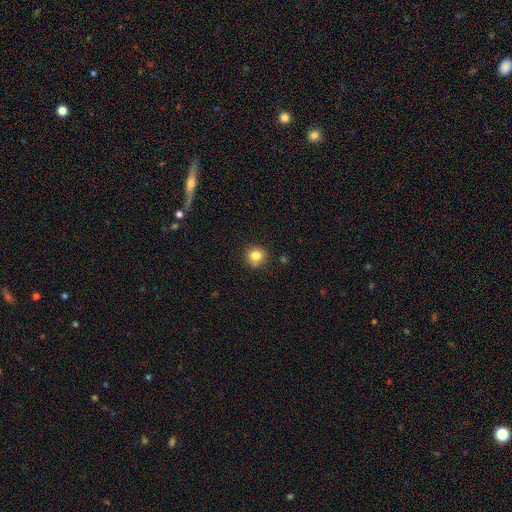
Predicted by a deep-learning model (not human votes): smooth-or-featured: smooth: 83% | star or artifact: 11% | featured or disk: 6%
  how-rounded: round: 91% | in between: 8% | cigar-shaped: 1%
  merging: none: 85% | minor disturbance: 11% | merger: 3% | major disturbance: 2%